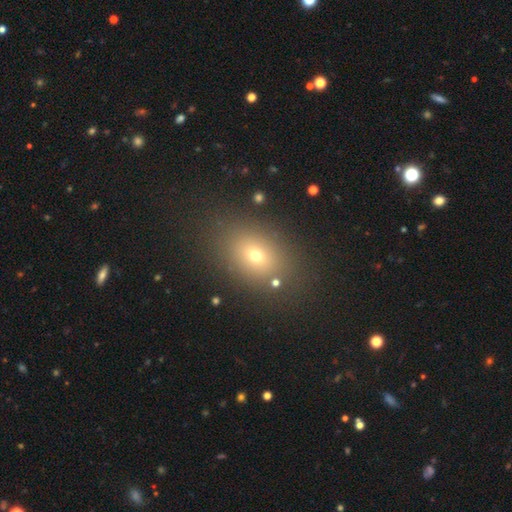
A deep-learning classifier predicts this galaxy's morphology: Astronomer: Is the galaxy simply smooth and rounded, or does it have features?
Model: smooth — 66%.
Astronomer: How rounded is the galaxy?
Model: in between — 65%.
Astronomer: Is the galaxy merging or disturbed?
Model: none — 82%.